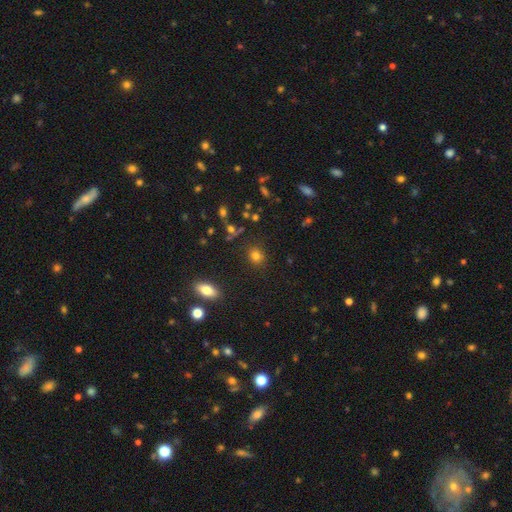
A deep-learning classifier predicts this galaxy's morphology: This appears to be a smooth galaxy with no disk features (79%) that is round (69%). Merging: none (84%).